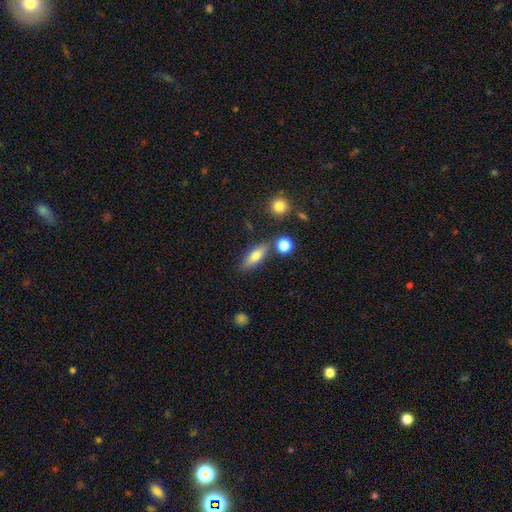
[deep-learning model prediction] Q: Smooth or featured?
A: smooth (71%); runner-up: featured or disk (20%)
Q: How rounded?
A: in between (62%); runner-up: cigar-shaped (33%)
Q: Merging?
A: none (75%); runner-up: minor disturbance (13%)